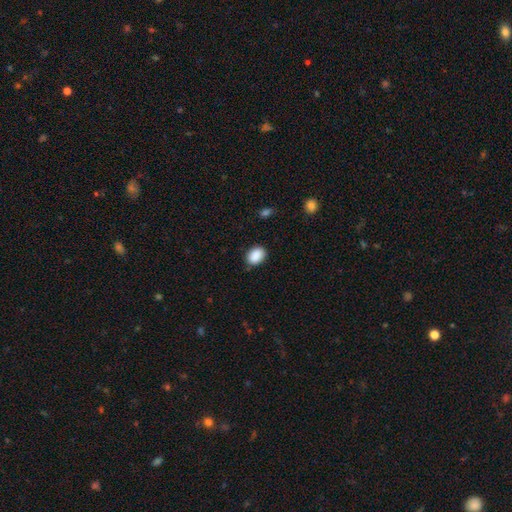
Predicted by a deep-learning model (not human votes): smooth-or-featured: smooth: 89% | star or artifact: 8% | featured or disk: 3%
  how-rounded: in between: 70% | round: 29% | cigar-shaped: 1%
  merging: none: 83% | minor disturbance: 13% | major disturbance: 3% | merger: 1%